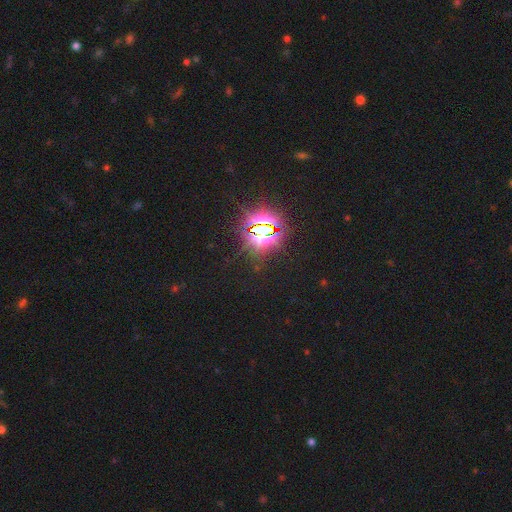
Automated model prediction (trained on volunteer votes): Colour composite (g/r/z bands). It shows a star or artifact, not a galaxy (85%).